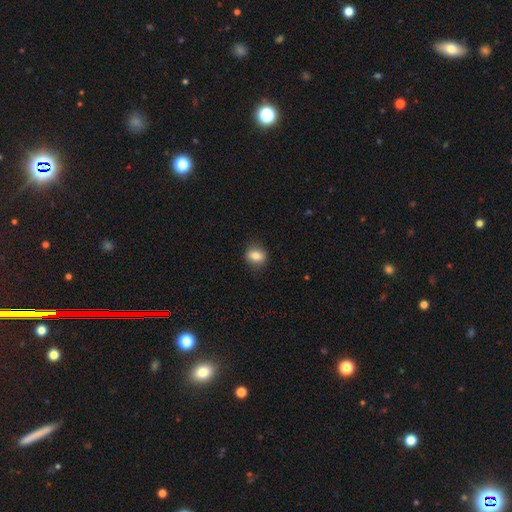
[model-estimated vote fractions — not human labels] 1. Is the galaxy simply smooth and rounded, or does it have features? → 83% smooth, 9% star or artifact, 8% featured or disk.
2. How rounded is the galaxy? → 50% in between, 49% round, 2% cigar-shaped.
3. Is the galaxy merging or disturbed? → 84% none, 12% minor disturbance, 3% major disturbance, 1% merger.